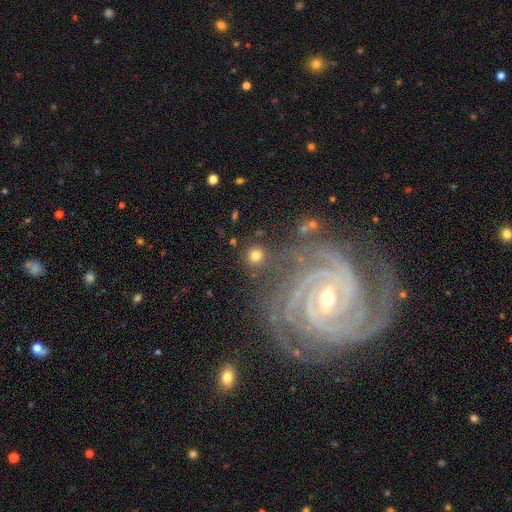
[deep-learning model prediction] smooth 72%, featured or disk 16%, star or artifact 11%. Down the decision tree: how rounded — round (92%); merging — none (82%).